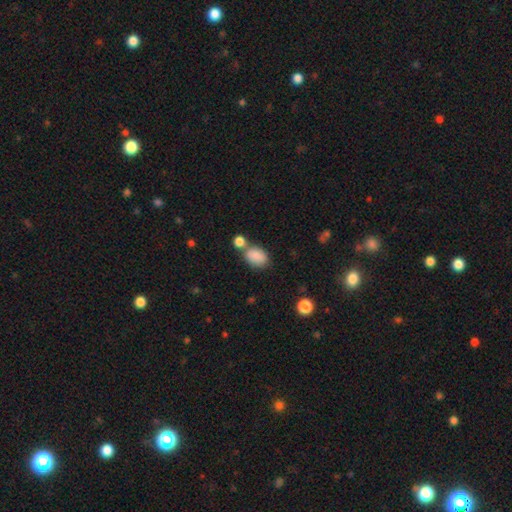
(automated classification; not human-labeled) A smooth galaxy with no disk features (85%) that is in between round and cigar-shaped (78%).

Vote fractions:
- Smooth or featured? smooth: 85% / star or artifact: 8% / featured or disk: 7%
- How rounded? in between: 78% / round: 20% / cigar-shaped: 1%
- Merging? none: 50% / merger: 31% / minor disturbance: 14% / major disturbance: 5%